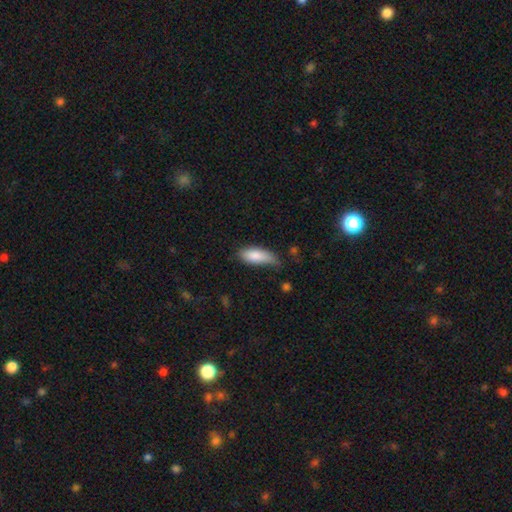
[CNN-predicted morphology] smooth-or-featured: smooth: 85% | featured or disk: 9% | star or artifact: 6%
  how-rounded: in between: 77% | cigar-shaped: 21% | round: 2%
  merging: none: 48% | minor disturbance: 40% | major disturbance: 10% | merger: 3%